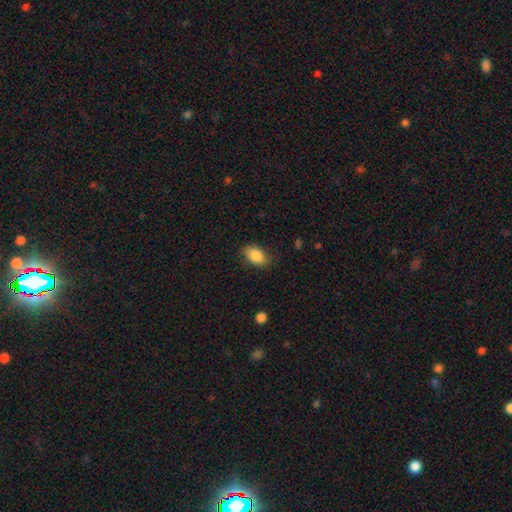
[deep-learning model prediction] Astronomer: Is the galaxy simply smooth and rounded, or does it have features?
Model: smooth — 87%.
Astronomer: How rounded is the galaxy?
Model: in between — 90%.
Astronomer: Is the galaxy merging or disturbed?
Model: none — 82%.